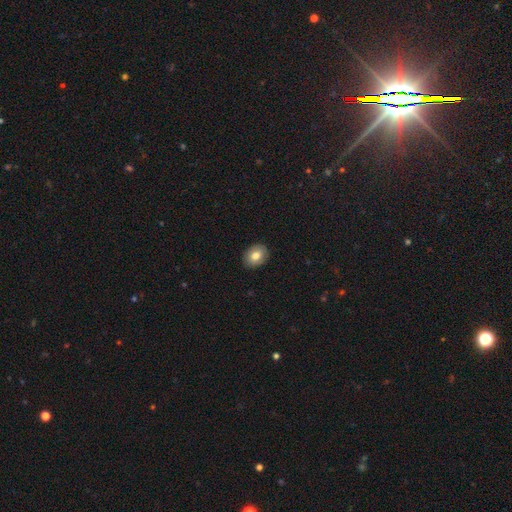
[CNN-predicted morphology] This appears to be a smooth galaxy with no disk features (80%) that is in between round and cigar-shaped (60%). Merging: none (90%).